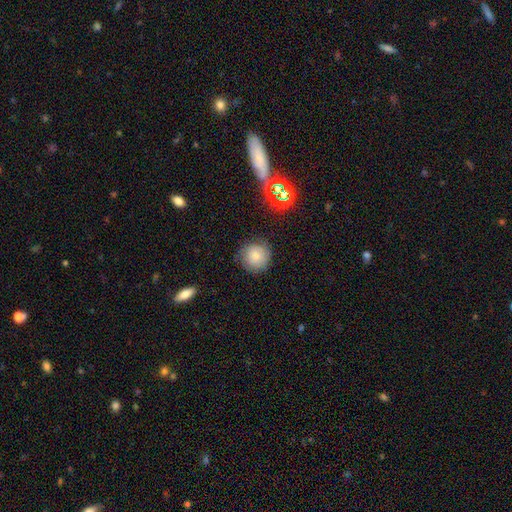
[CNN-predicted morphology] Q: Smooth or featured?
A: smooth (71%); runner-up: featured or disk (17%)
Q: How rounded?
A: round (92%); runner-up: in between (7%)
Q: Merging?
A: none (78%); runner-up: minor disturbance (16%)